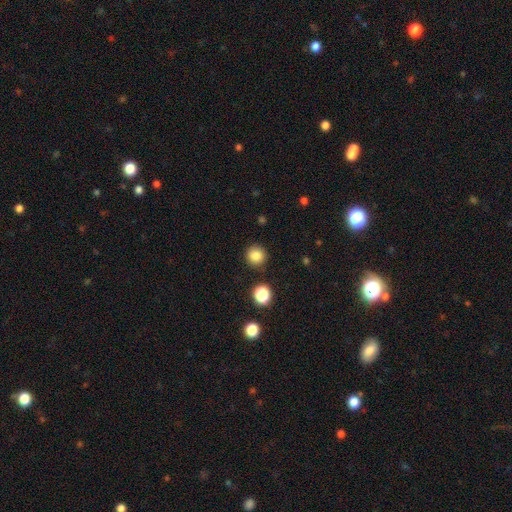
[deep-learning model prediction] Smooth or featured: smooth — 84% (star or artifact — 12%)
How rounded: round — 94% (in between — 5%)
Merging: none — 90% (minor disturbance — 6%)